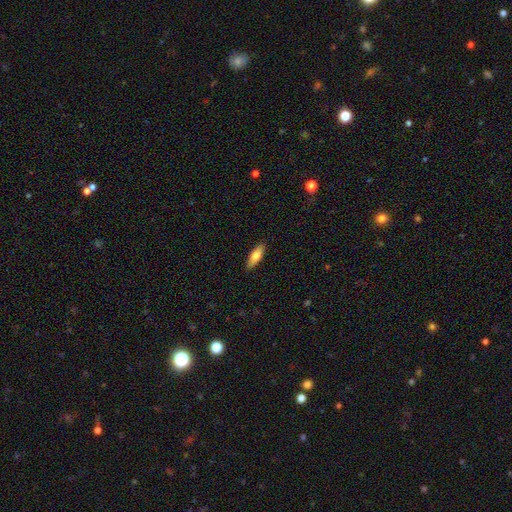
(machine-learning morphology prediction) Q: Smooth or featured?
A: smooth (72%); runner-up: featured or disk (22%)
Q: How rounded?
A: in between (55%); runner-up: cigar-shaped (43%)
Q: Merging?
A: none (89%); runner-up: minor disturbance (8%)